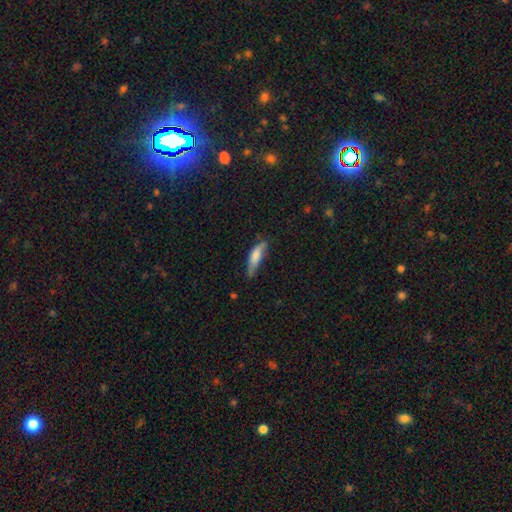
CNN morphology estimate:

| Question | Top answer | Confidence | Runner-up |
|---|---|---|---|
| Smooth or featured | smooth | 73% | featured or disk (20%) |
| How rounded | cigar-shaped | 62% | in between (36%) |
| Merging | none | 52% | minor disturbance (35%) |